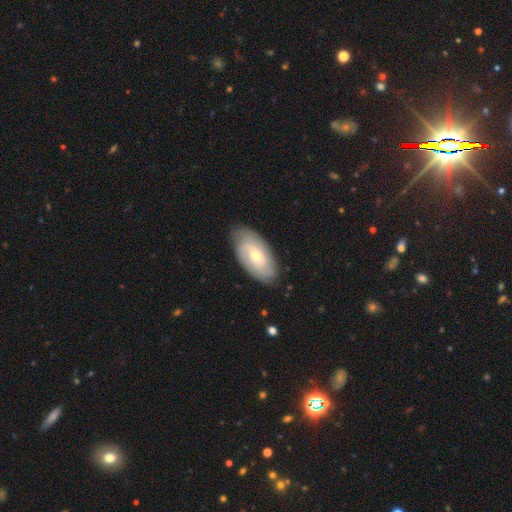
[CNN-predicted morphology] Overall: featured or disk (65%; smooth 29%). Edge-on disk: no (92%). Bar: no (56%; weak 36%). Spiral arms: yes (84%). Spiral arm count: 2 (42%; can't tell 37%). Spiral winding: tight (58%; medium 31%). Bulge size: small (51%; moderate 46%). Merging: none (82%).